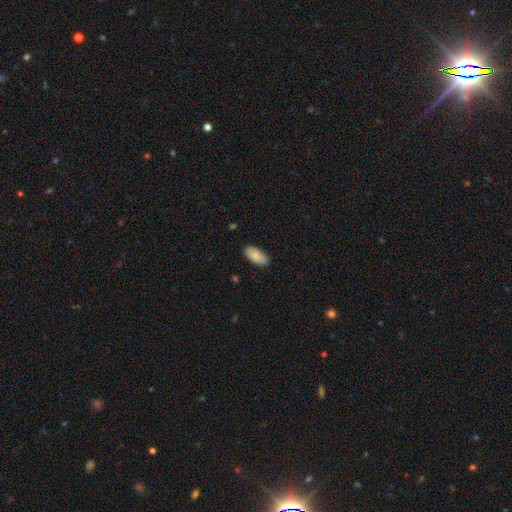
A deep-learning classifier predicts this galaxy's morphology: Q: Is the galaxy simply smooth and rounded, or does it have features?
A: smooth — 84%.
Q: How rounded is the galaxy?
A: in between — 93%.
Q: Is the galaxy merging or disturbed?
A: none — 87%.